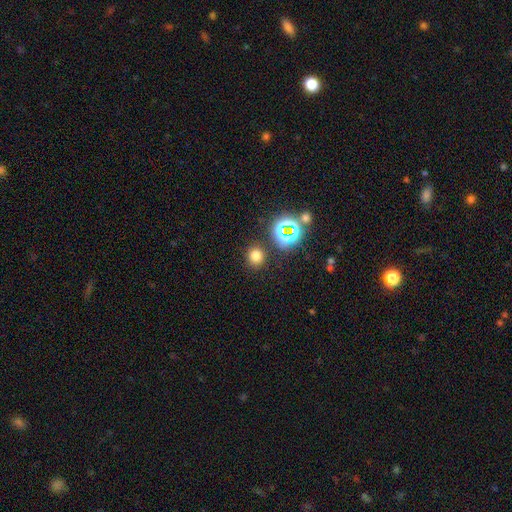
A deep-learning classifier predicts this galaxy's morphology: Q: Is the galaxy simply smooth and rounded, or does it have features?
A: smooth — 71%.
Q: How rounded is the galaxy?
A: round — 85%.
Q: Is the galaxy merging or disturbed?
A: none — 86%.